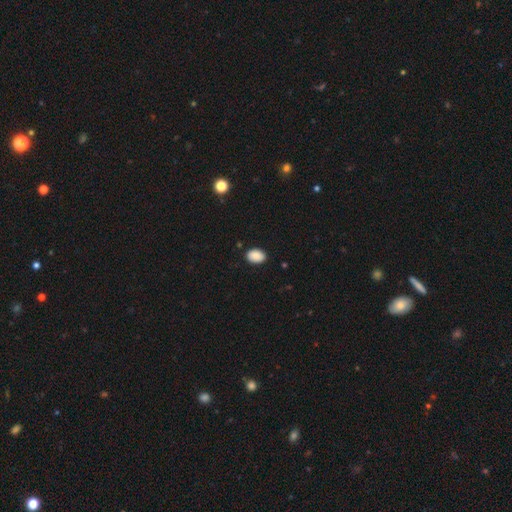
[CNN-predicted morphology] Q: Smooth or featured?
A: smooth (89%); runner-up: star or artifact (8%)
Q: How rounded?
A: in between (84%); runner-up: round (15%)
Q: Merging?
A: none (88%); runner-up: minor disturbance (9%)